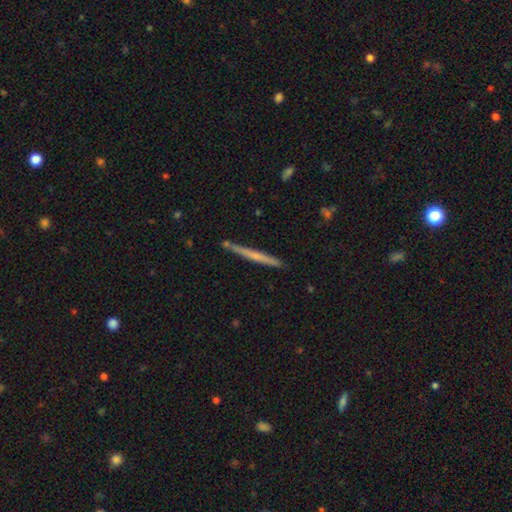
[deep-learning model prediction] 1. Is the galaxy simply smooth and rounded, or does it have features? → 49% featured or disk, 45% smooth, 6% star or artifact.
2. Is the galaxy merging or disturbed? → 88% none, 8% minor disturbance, 2% merger, 1% major disturbance.